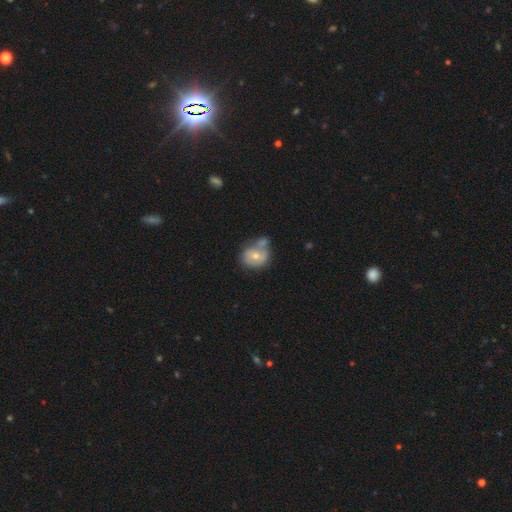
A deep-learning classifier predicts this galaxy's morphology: Smooth or featured?
  - smooth: 58% *
  - featured or disk: 34%
  - star or artifact: 8%
How rounded?
  - round: 69% *
  - in between: 30%
  - cigar-shaped: 1%
Merging?
  - merger: 38% *
  - none: 37%
  - minor disturbance: 18%
  - major disturbance: 7%